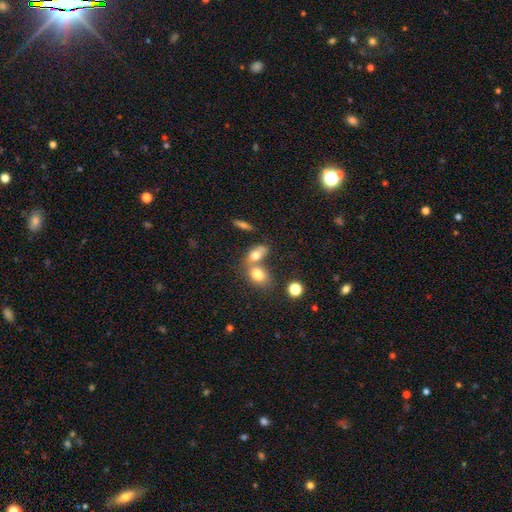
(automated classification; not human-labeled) Overall: smooth (74%). How rounded: in between (68%; round 29%). Merging: merger (59%; none 28%).